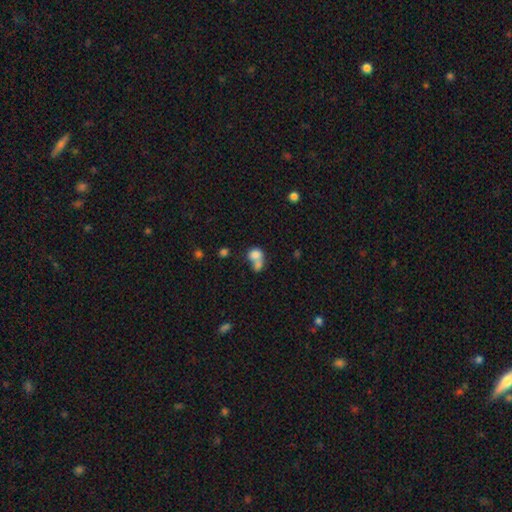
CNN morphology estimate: A smooth galaxy with no disk features (77%) that is round (50%). Merging: merger (66%).